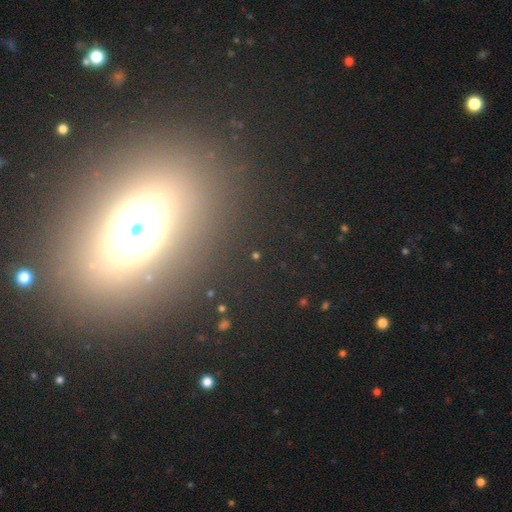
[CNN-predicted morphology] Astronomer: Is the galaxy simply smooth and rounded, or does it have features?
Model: star or artifact — 55% (runner-up: smooth, 31%).